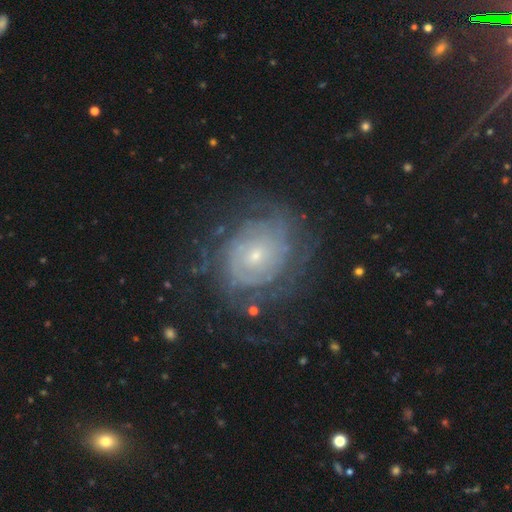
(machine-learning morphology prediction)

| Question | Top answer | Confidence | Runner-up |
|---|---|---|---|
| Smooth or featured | featured or disk | 77% | smooth (15%) |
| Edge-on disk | no | 97% | yes (3%) |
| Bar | no | 75% | weak (20%) |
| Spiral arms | yes | 86% | no (14%) |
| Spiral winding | tight | 72% | medium (20%) |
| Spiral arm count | can't tell | 53% | 2 (17%) |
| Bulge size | small | 74% | moderate (21%) |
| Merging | none | 67% | minor disturbance (18%) |